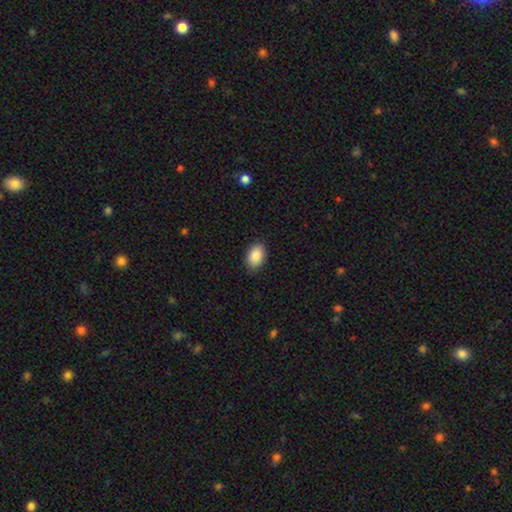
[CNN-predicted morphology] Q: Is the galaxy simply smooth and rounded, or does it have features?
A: smooth — 89%.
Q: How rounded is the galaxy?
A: in between — 88%.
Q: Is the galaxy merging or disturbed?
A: none — 86%.